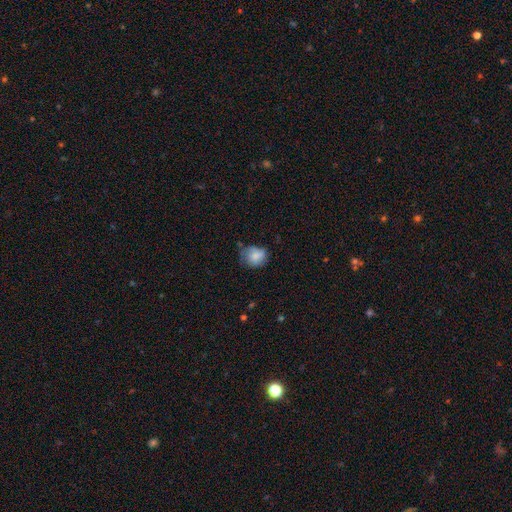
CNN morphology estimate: This is likely a smooth galaxy (76%). How rounded: likely round (61%). Merging: possibly none (50%).